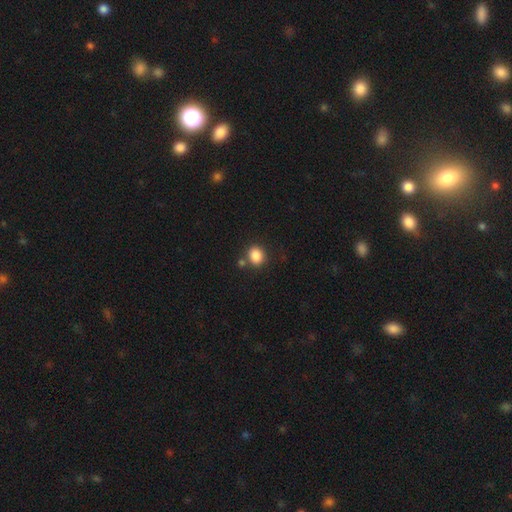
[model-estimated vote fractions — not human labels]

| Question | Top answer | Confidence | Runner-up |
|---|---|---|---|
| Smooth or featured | smooth | 86% | star or artifact (10%) |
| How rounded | round | 65% | in between (35%) |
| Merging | none | 75% | merger (11%) |